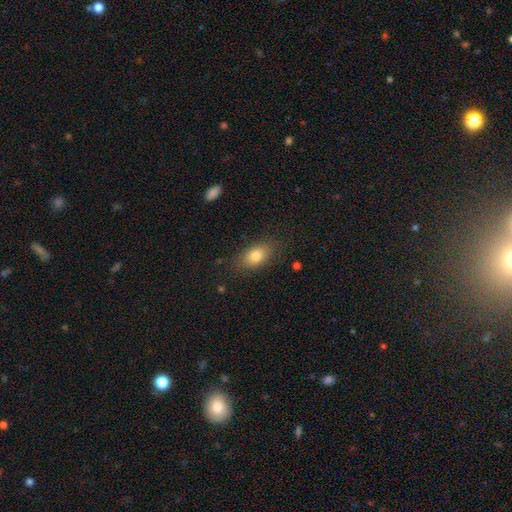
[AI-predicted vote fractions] Morphology: type=smooth (80%); roundness=in between (84%); merging=none (80%).